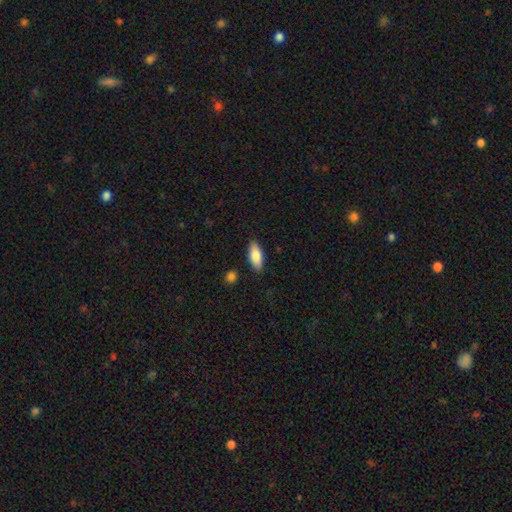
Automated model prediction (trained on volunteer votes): Smooth or featured?
  - smooth: 79% *
  - featured or disk: 15%
  - star or artifact: 6%
How rounded?
  - in between: 79% *
  - cigar-shaped: 18%
  - round: 2%
Merging?
  - none: 86% *
  - minor disturbance: 10%
  - major disturbance: 2%
  - merger: 2%